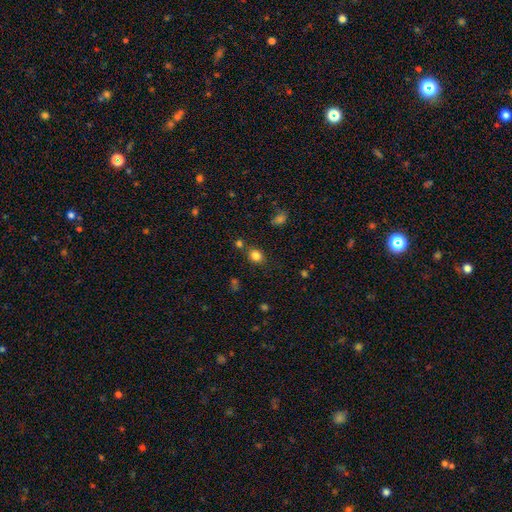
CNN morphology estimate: Q: Smooth or featured?
A: smooth (82%); runner-up: star or artifact (13%)
Q: How rounded?
A: round (58%); runner-up: in between (41%)
Q: Merging?
A: none (76%); runner-up: minor disturbance (12%)